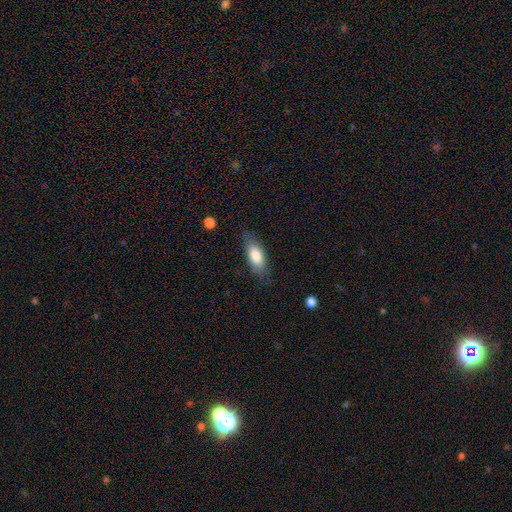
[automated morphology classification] smooth-or-featured: smooth: 78% | featured or disk: 16% | star or artifact: 6%
  how-rounded: in between: 77% | cigar-shaped: 20% | round: 2%
  merging: none: 78% | minor disturbance: 17% | major disturbance: 5% | merger: 1%